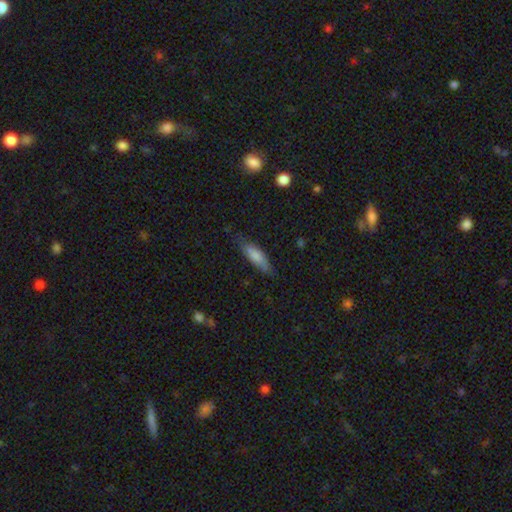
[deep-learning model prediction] The model was most divided on "how rounded": in between: 50%, cigar-shaped: 48%, round: 2%. More confident: smooth or featured — smooth (76%); merging — none (69%).